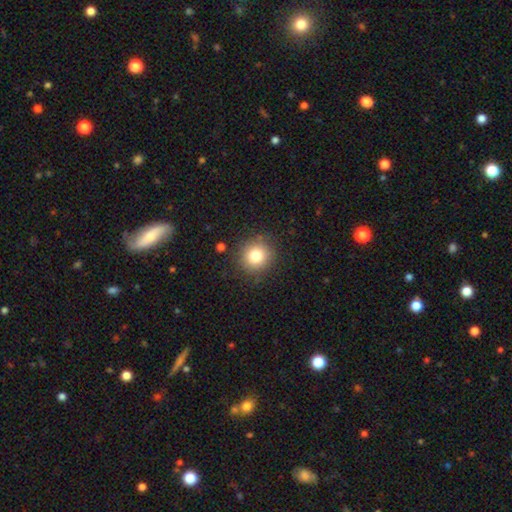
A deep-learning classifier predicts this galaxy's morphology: A smooth galaxy with no disk features (79%) that is round (92%). Merging: none (87%).